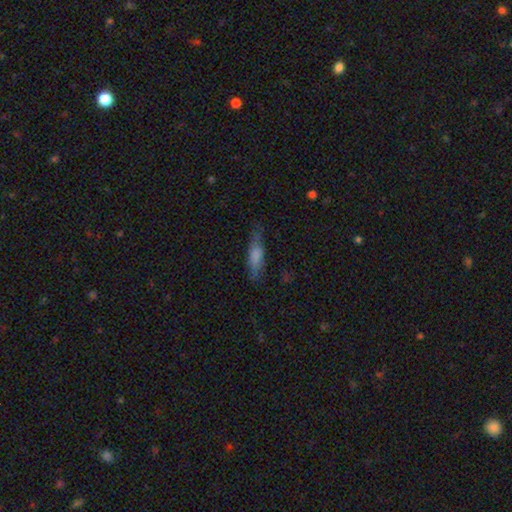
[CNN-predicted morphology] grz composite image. It shows a smooth galaxy with no disk features (71%) that is cigar-shaped (61%). Merging: none (71%).